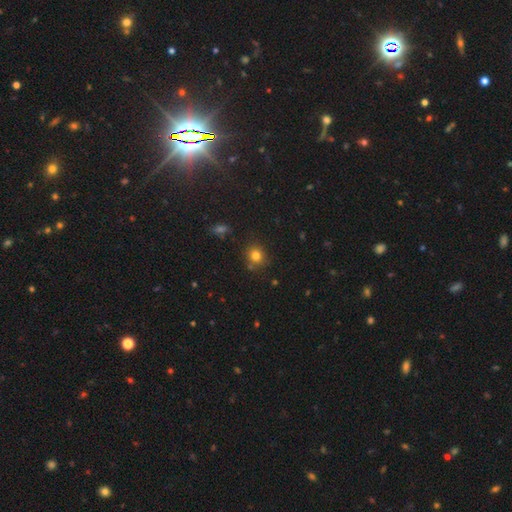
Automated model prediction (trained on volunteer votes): A smooth galaxy with no disk features (79%) that is round (84%). Merging: none (80%).